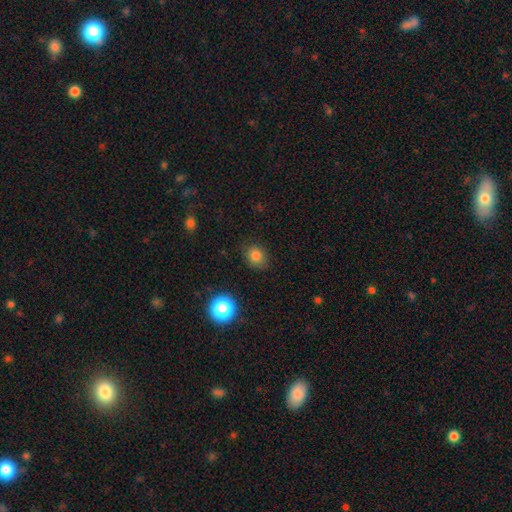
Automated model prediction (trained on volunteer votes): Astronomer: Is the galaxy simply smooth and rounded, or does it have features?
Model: smooth — 80%.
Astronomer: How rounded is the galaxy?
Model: round — 61% (runner-up: in between, 38%).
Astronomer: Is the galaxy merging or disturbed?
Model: none — 83%.